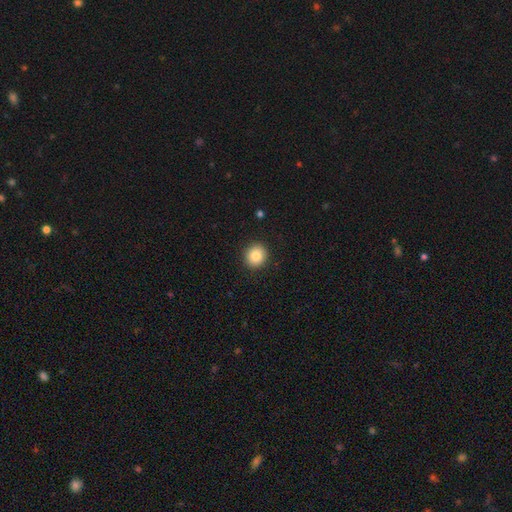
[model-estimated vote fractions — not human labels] Smooth or featured?
  - smooth: 85% *
  - star or artifact: 9%
  - featured or disk: 6%
How rounded?
  - round: 86% *
  - in between: 14%
  - cigar-shaped: 1%
Merging?
  - none: 91% *
  - minor disturbance: 6%
  - major disturbance: 2%
  - merger: 1%